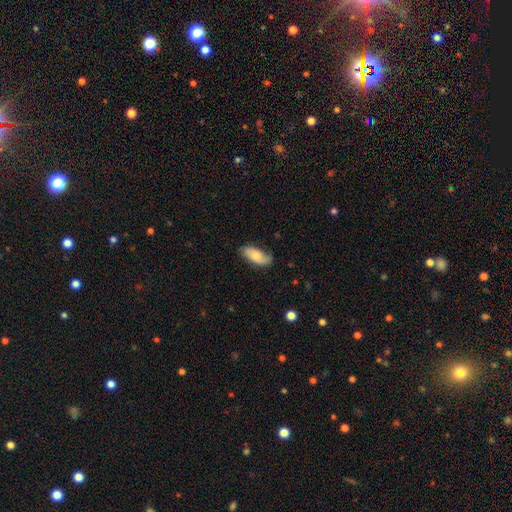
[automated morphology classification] Q: Smooth or featured?
A: smooth (70%); runner-up: featured or disk (24%)
Q: How rounded?
A: in between (87%); runner-up: cigar-shaped (11%)
Q: Merging?
A: none (71%); runner-up: minor disturbance (23%)